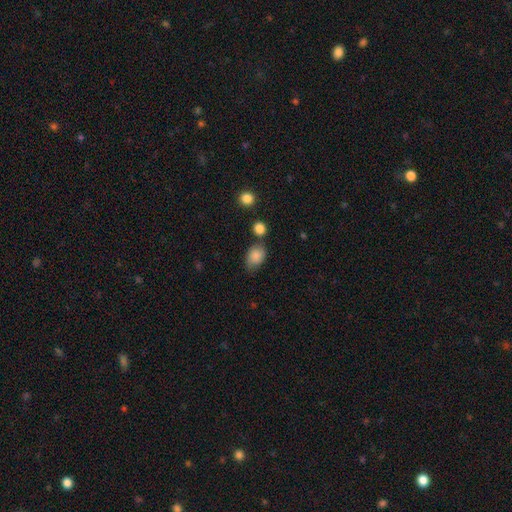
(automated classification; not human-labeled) A smooth galaxy with no disk features (84%) that is in between round and cigar-shaped (71%). Merging: none (54%).